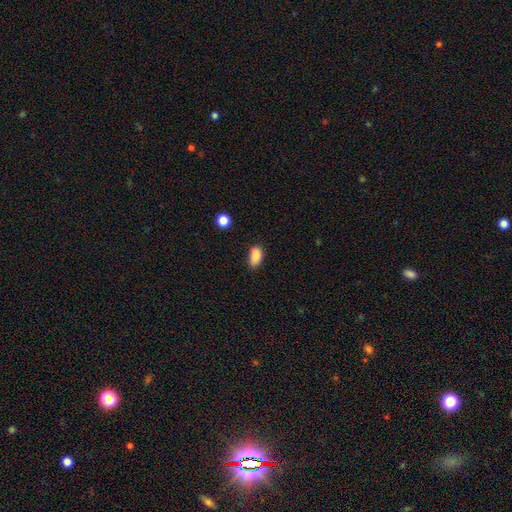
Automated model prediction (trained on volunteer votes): Smooth or featured? Predicted: smooth (p=0.87). How rounded? Predicted: in between (p=0.91). Merging? Predicted: none (p=0.74).